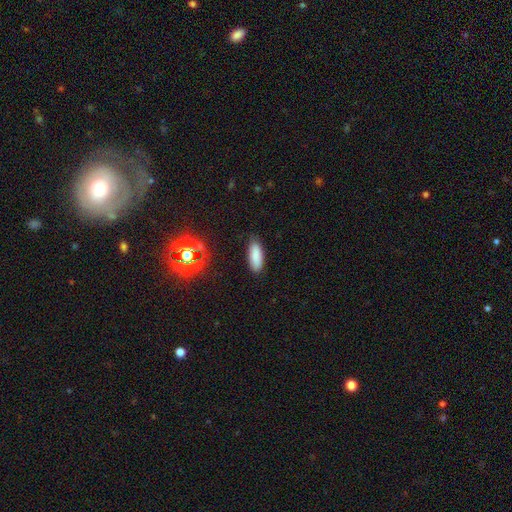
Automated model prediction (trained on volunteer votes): Q: Smooth or featured?
A: smooth (83%); runner-up: star or artifact (10%)
Q: How rounded?
A: in between (71%); runner-up: cigar-shaped (27%)
Q: Merging?
A: none (84%); runner-up: minor disturbance (12%)